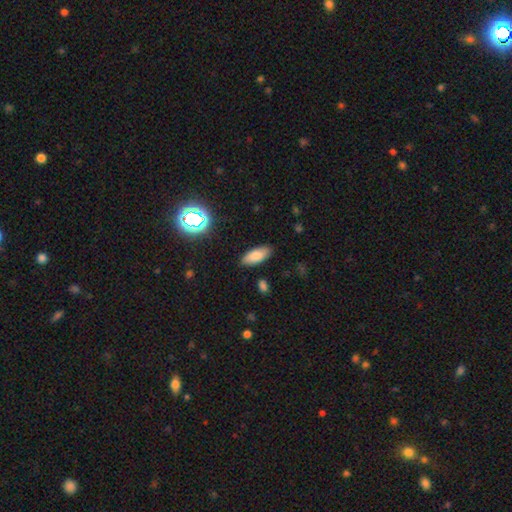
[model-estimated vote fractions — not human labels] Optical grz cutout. It shows a smooth galaxy with no disk features (81%) that is in between round and cigar-shaped (84%). Merging: none (86%).